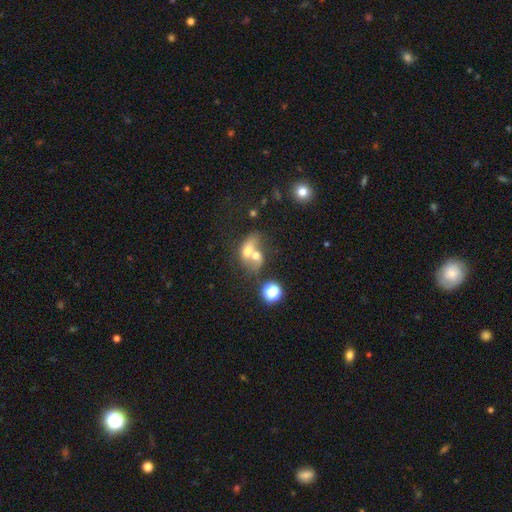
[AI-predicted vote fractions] This is possibly a smooth galaxy (55%). How rounded: possibly in between (56%). Merging: likely merger (75%).